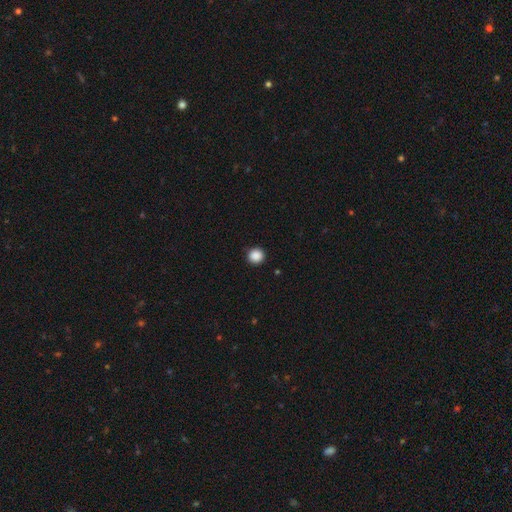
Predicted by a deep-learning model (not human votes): Overall: smooth (88%). How rounded: round (94%). Merging: none (92%).